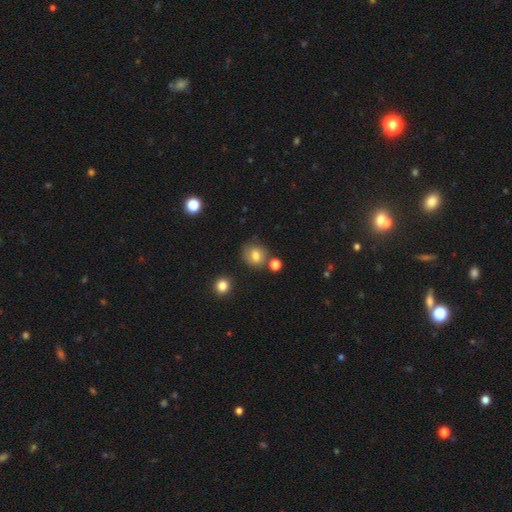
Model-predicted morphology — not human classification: A smooth galaxy with no disk features (76%) that is round (80%). Merging: none (73%).